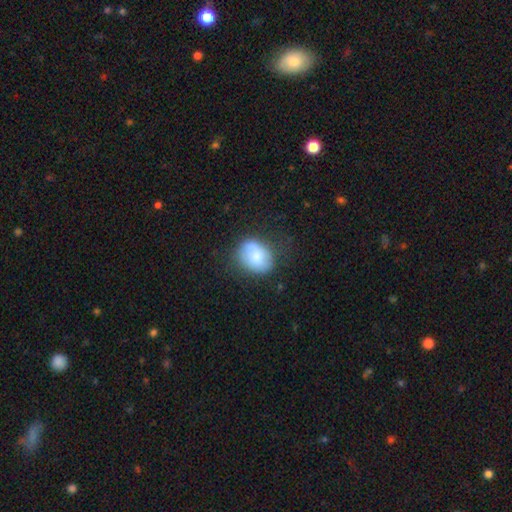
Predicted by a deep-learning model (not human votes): Smooth or featured: smooth — 71% (featured or disk — 21%)
How rounded: round — 50% (in between — 49%)
Merging: none — 65% (minor disturbance — 24%)